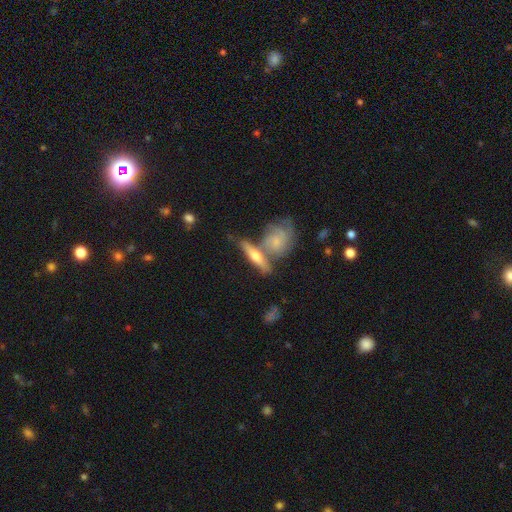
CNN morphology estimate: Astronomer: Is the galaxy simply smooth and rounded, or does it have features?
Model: featured or disk — 56% (runner-up: smooth, 37%).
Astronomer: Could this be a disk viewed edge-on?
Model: yes — 79%.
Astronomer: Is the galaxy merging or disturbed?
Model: none — 53% (runner-up: merger, 30%).